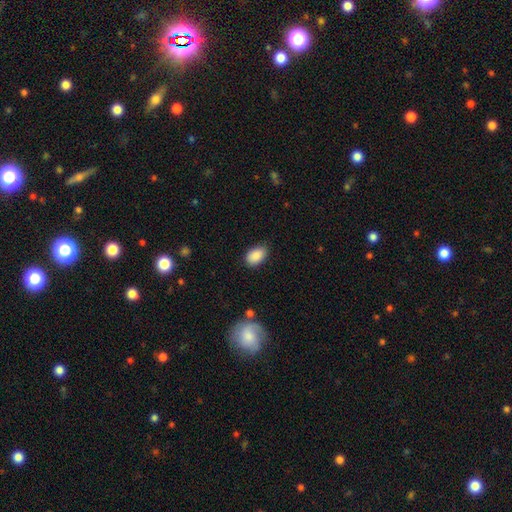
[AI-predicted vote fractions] smooth 87%, star or artifact 7%, featured or disk 5%. Down the decision tree: how rounded — in between (90%); merging — none (80%).